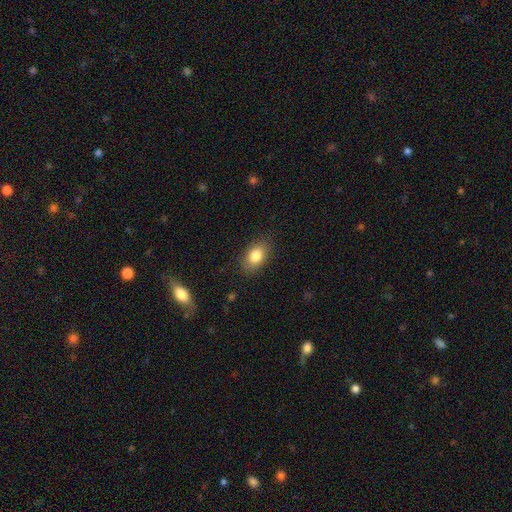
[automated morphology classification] Overall: smooth (83%). How rounded: in between (83%). Merging: none (84%).